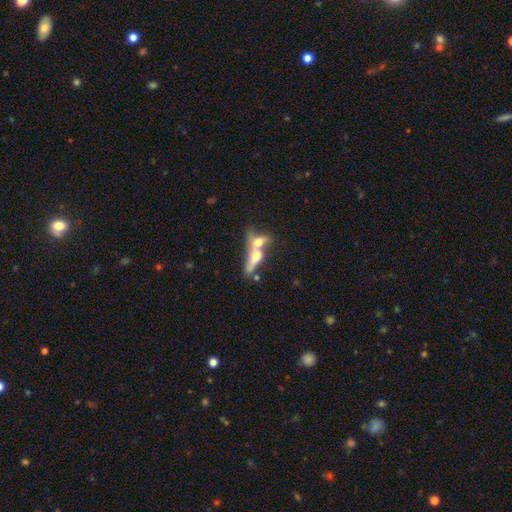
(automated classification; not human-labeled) A smooth galaxy with no disk features (56%) that is in between round and cigar-shaped (49%).

Vote fractions:
- Smooth or featured? smooth: 56% / featured or disk: 36% / star or artifact: 9%
- How rounded? in between: 49% / cigar-shaped: 38% / round: 13%
- Merging? merger: 72% / none: 15% / major disturbance: 7% / minor disturbance: 6%